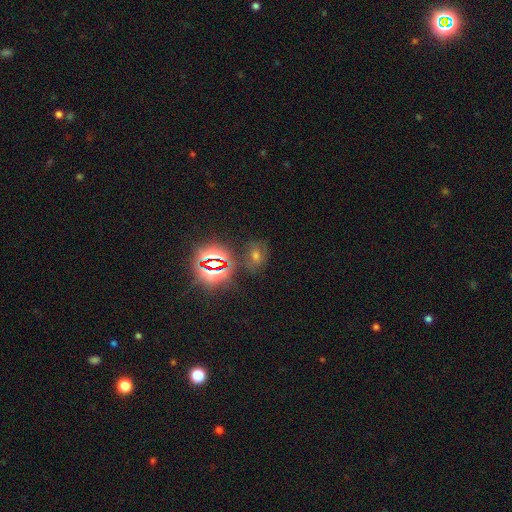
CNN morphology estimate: Overall: star or artifact (55%; smooth 27%).